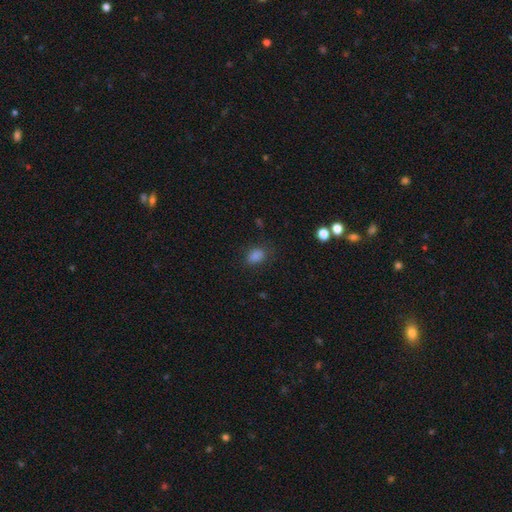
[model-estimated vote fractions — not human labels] The model was most divided on "how rounded": in between: 73%, round: 25%, cigar-shaped: 1%. More confident: smooth or featured — smooth (80%); merging — none (79%).